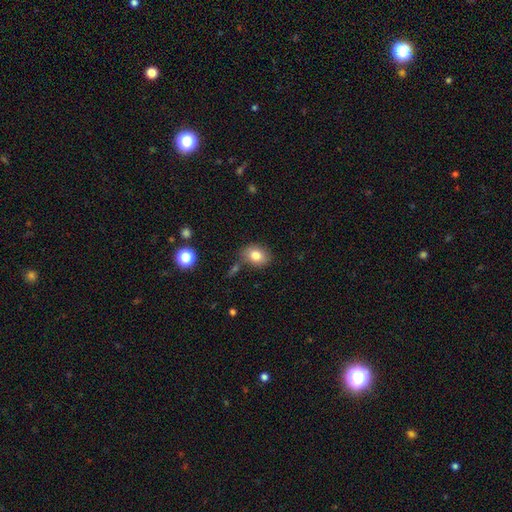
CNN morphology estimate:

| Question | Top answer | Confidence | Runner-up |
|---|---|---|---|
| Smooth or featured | smooth | 81% | featured or disk (10%) |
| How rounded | in between | 66% | round (33%) |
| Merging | none | 76% | minor disturbance (14%) |